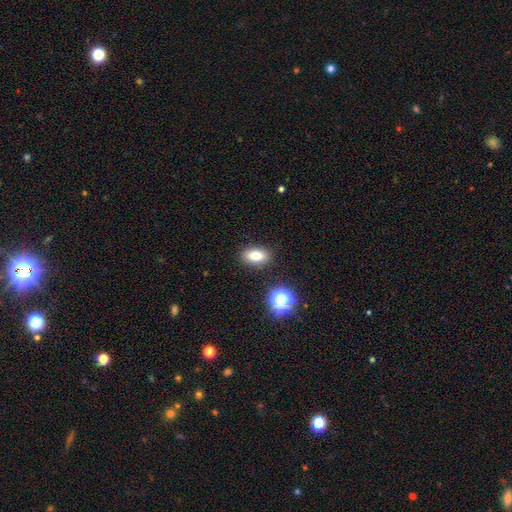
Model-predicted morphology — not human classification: The model was most divided on "smooth or featured": smooth: 78%, star or artifact: 12%, featured or disk: 10%. More confident: merging — none (87%); how rounded — in between (85%).